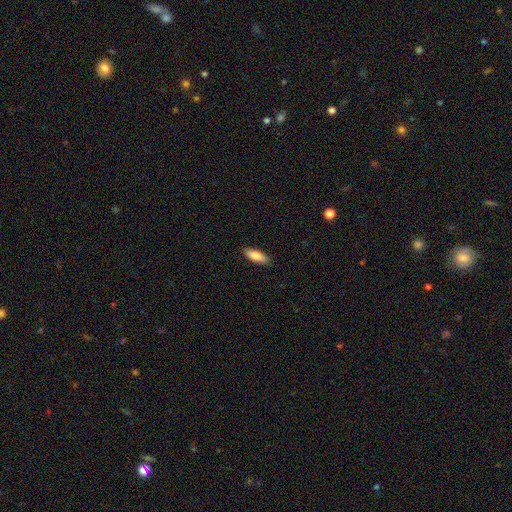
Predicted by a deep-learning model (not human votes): Smooth or featured: smooth — 85% (featured or disk — 9%)
How rounded: in between — 63% (cigar-shaped — 35%)
Merging: none — 89% (minor disturbance — 8%)